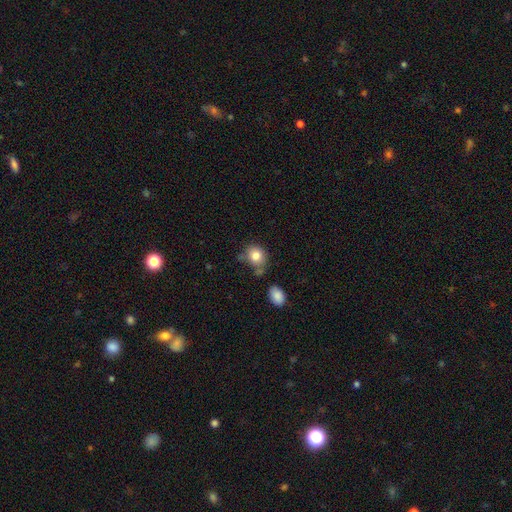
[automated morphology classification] smooth_or_featured: smooth (p=0.82) [alt: star or artifact p=0.09]
how_rounded: round (p=0.67) [alt: in between p=0.32]
merging: none (p=0.54) [alt: minor disturbance p=0.22]